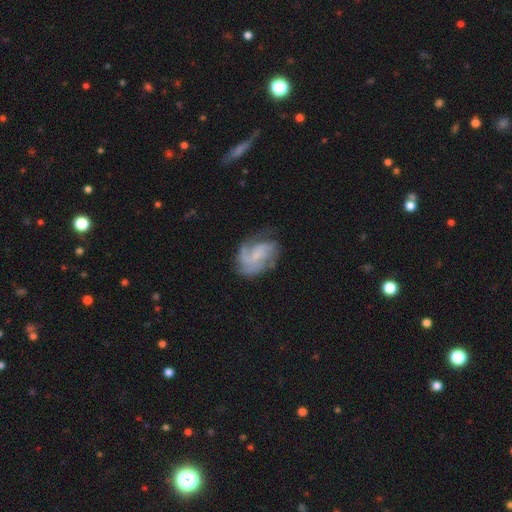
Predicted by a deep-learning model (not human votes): The model was most divided on "spiral arm count": 2: 29%, 3: 26%, can't tell: 23%, 1: 10%, 4: 6%, more than 4: 5%. Remaining: edge-on disk — no (98%); spiral arms — yes (94%); smooth or featured — featured or disk (79%); merging — none (62%); bulge size — small (60%); bar — no (58%); spiral winding — medium (44%).